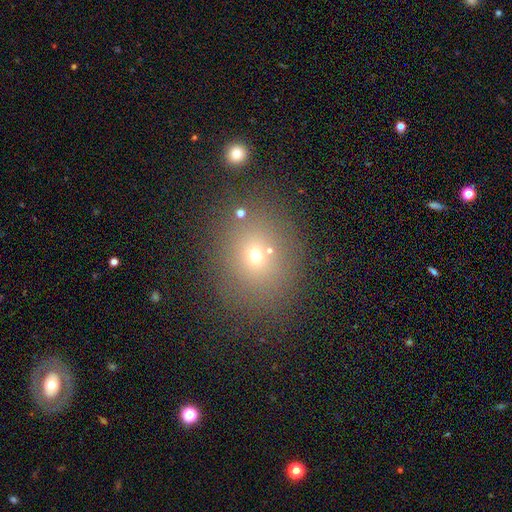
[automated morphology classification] Q: Smooth or featured?
A: smooth (64%); runner-up: star or artifact (22%)
Q: How rounded?
A: round (65%); runner-up: in between (34%)
Q: Merging?
A: none (77%); runner-up: minor disturbance (11%)